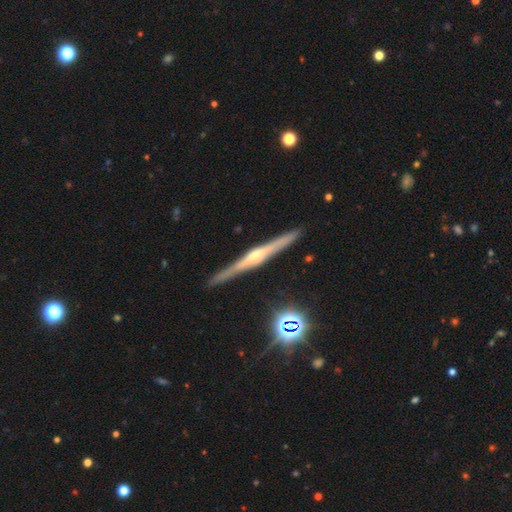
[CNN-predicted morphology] Smooth or featured? featured or disk (83%)
Edge-on disk? yes (98%)
Edge-on bulge? rounded (81%)
Merging? none (91%)